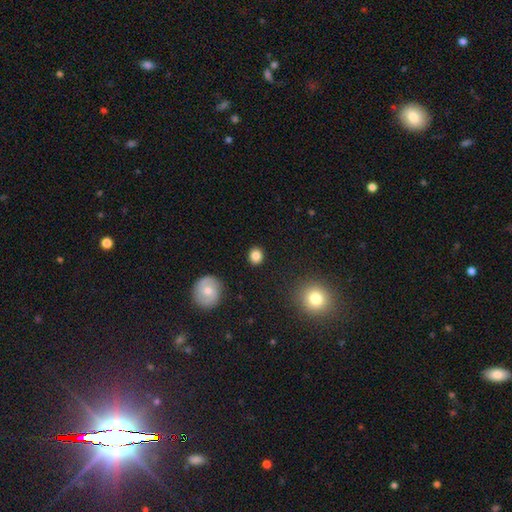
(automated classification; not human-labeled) smooth-or-featured: smooth: 85% | star or artifact: 9% | featured or disk: 6%
  how-rounded: round: 75% | in between: 24% | cigar-shaped: 1%
  merging: none: 89% | minor disturbance: 7% | major disturbance: 2% | merger: 2%